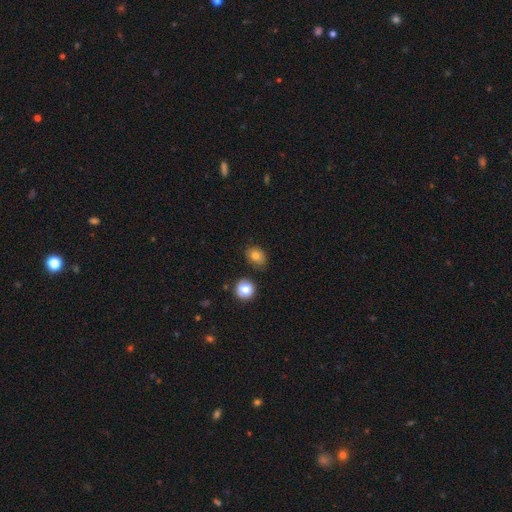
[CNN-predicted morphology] Smooth or featured? Predicted: smooth (p=0.80). How rounded? Predicted: in between (p=0.56). Merging? Predicted: none (p=0.76).